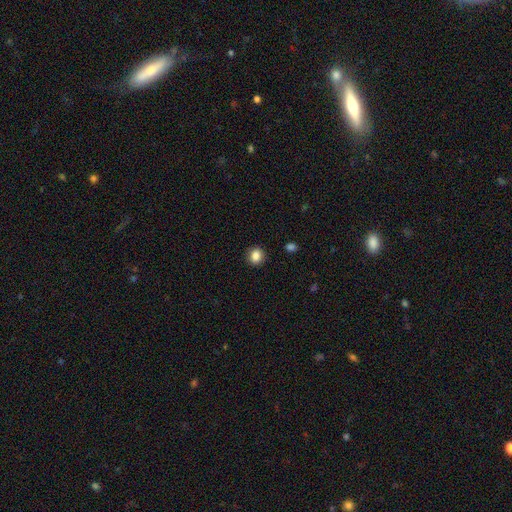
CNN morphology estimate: smooth 87%, star or artifact 9%, featured or disk 4%. Down the decision tree: how rounded — round (71%); merging — none (90%).